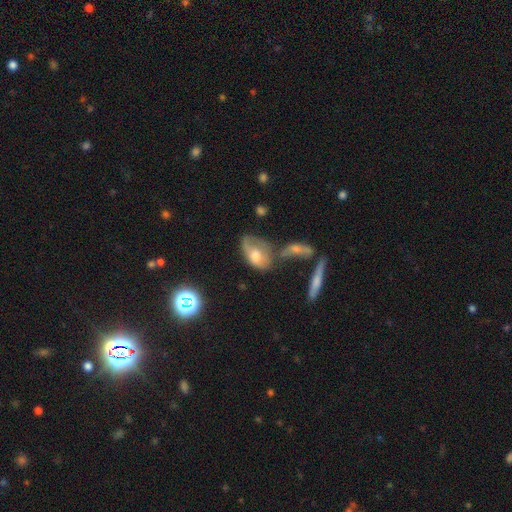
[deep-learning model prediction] Smooth or featured: smooth — 55% (featured or disk — 36%)
How rounded: in between — 86% (round — 11%)
Merging: major disturbance — 27% (minor disturbance — 25%)